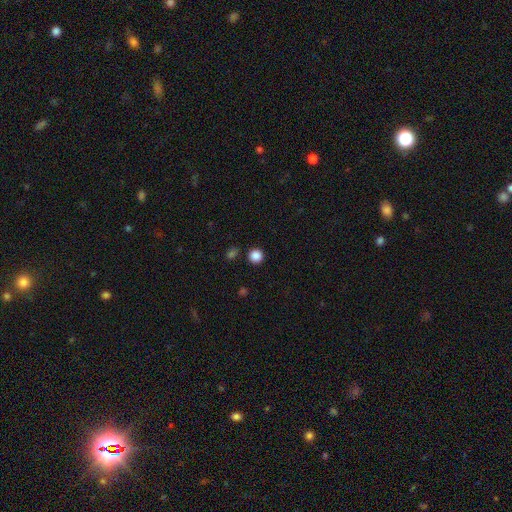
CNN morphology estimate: Smooth or featured: smooth — 86% (star or artifact — 11%)
How rounded: round — 94% (in between — 5%)
Merging: none — 89% (minor disturbance — 6%)